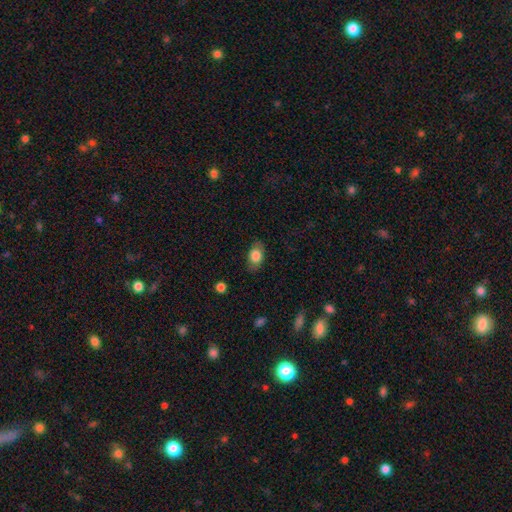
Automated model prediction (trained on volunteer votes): Morphology: type=smooth (80%); roundness=in between (84%); merging=none (82%).